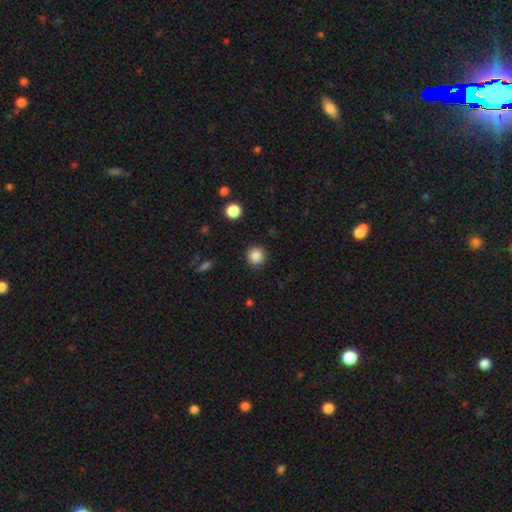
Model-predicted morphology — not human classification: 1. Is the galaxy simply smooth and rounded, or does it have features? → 86% smooth, 10% star or artifact, 4% featured or disk.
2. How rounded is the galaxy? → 93% round, 6% in between, 1% cigar-shaped.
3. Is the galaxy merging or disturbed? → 91% none, 6% minor disturbance, 2% major disturbance, 1% merger.